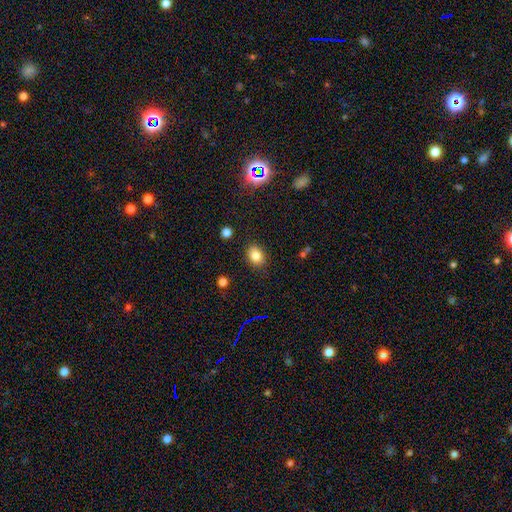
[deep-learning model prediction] Smooth or featured?
  - smooth: 82% *
  - star or artifact: 11%
  - featured or disk: 7%
How rounded?
  - in between: 63% *
  - round: 36%
  - cigar-shaped: 1%
Merging?
  - none: 85% *
  - minor disturbance: 10%
  - major disturbance: 3%
  - merger: 2%